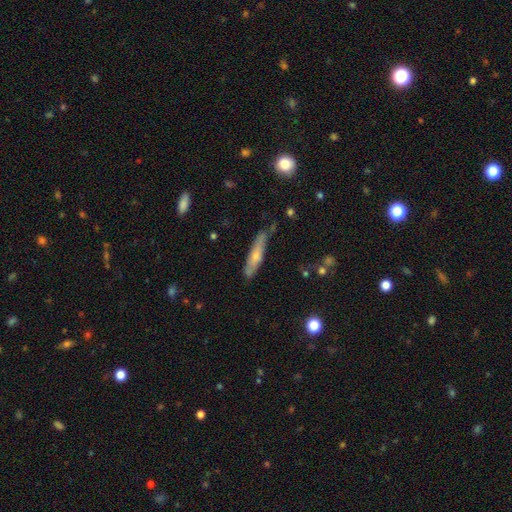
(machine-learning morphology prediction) A smooth galaxy with no disk features (58%) that is cigar-shaped (83%).

Vote fractions:
- Smooth or featured? smooth: 58% / featured or disk: 35% / star or artifact: 6%
- How rounded? cigar-shaped: 83% / in between: 15% / round: 2%
- Merging? none: 69% / minor disturbance: 23% / major disturbance: 5% / merger: 4%